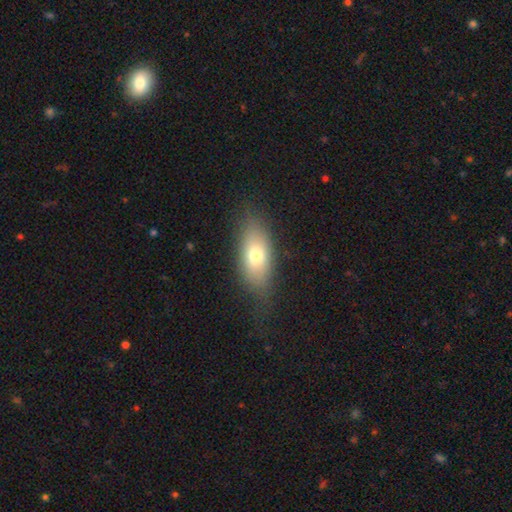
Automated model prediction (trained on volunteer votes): Smooth or featured? smooth (72%)
How rounded? in between (83%)
Merging? none (73%)